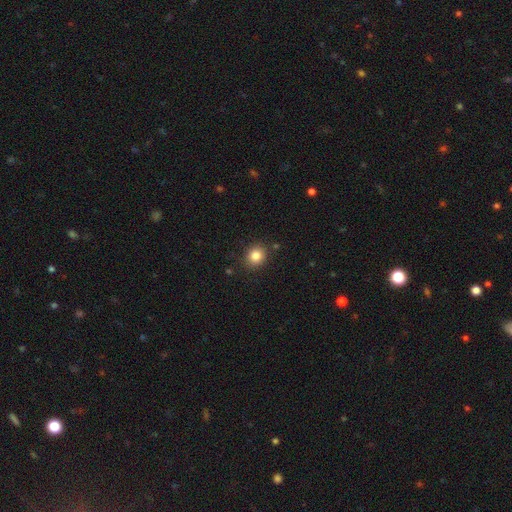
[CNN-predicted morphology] Smooth or featured? Predicted: smooth (p=0.84). How rounded? Predicted: round (p=0.73). Merging? Predicted: none (p=0.87).